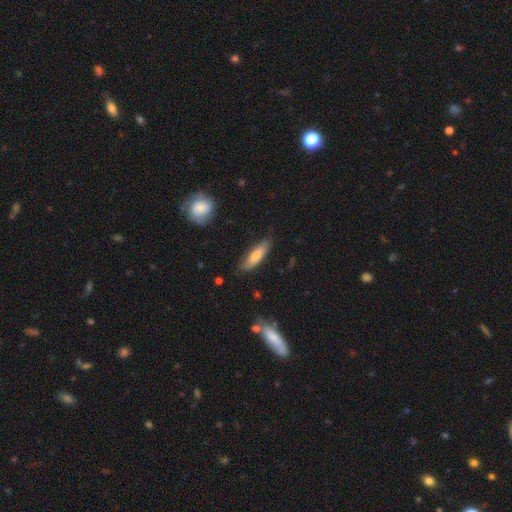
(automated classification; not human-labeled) This is likely a smooth galaxy (71%). How rounded: possibly cigar-shaped (56%). Merging: likely none (76%).